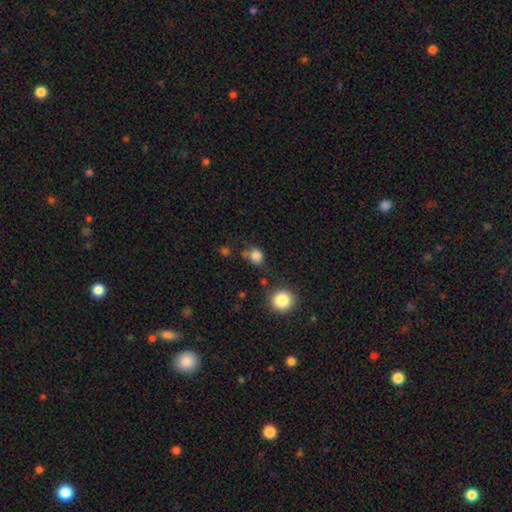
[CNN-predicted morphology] Smooth or featured?
  - smooth: 82% *
  - star or artifact: 13%
  - featured or disk: 5%
How rounded?
  - round: 70% *
  - in between: 29%
  - cigar-shaped: 1%
Merging?
  - none: 65% *
  - minor disturbance: 18%
  - merger: 10%
  - major disturbance: 7%